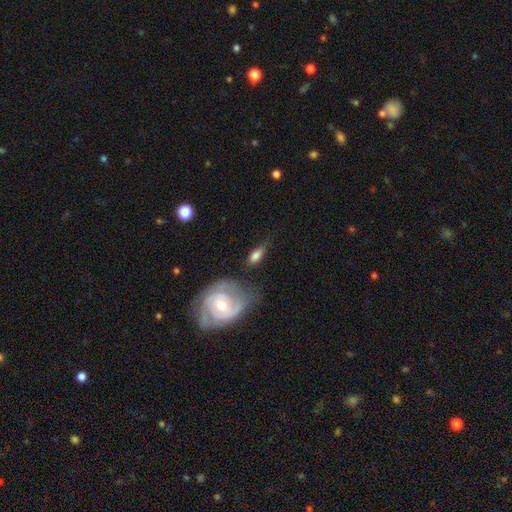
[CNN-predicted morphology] Smooth or featured? smooth (61%)
How rounded? in between (76%)
Merging? none (54%)